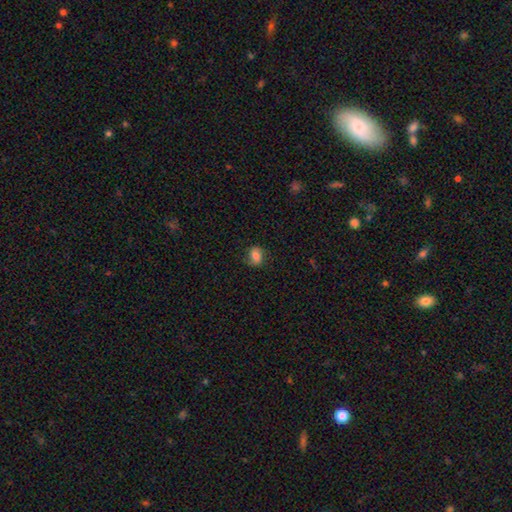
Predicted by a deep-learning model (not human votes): The model was most divided on "how rounded": in between: 60%, round: 38%, cigar-shaped: 2%. More confident: merging — none (76%); smooth or featured — smooth (75%).